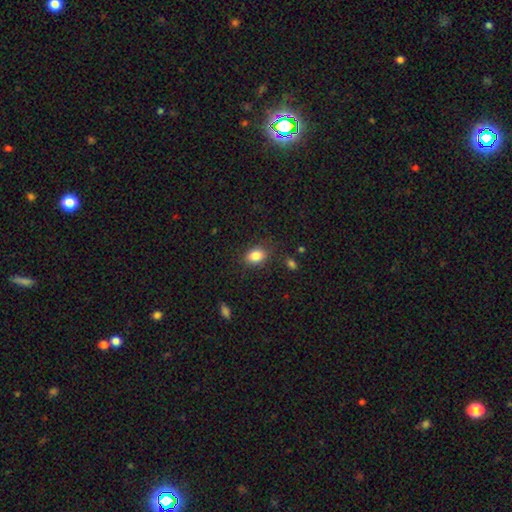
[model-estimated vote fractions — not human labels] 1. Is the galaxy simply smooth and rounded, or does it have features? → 85% smooth, 9% star or artifact, 6% featured or disk.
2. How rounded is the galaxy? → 74% in between, 24% round, 1% cigar-shaped.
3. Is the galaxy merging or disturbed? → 81% none, 13% minor disturbance, 4% major disturbance, 2% merger.